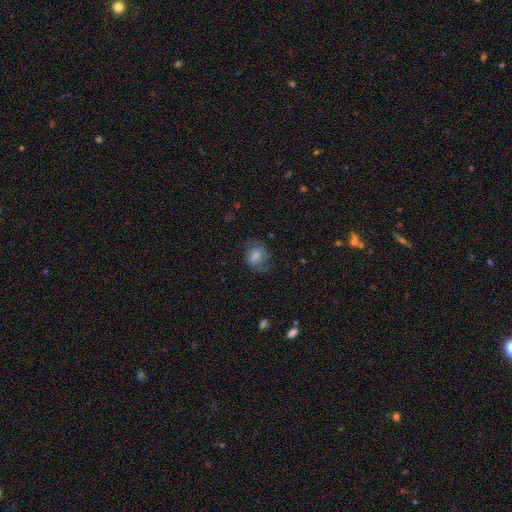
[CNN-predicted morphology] Q: Smooth or featured?
A: smooth (49%); runner-up: featured or disk (41%)
Q: Merging?
A: none (56%); runner-up: minor disturbance (23%)